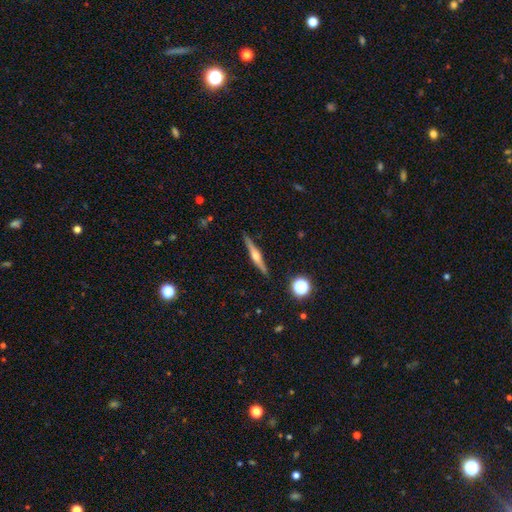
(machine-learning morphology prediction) Overall: featured or disk (72%). Edge-on disk: yes (98%). Edge-on bulge: rounded (89%). Merging: none (90%).